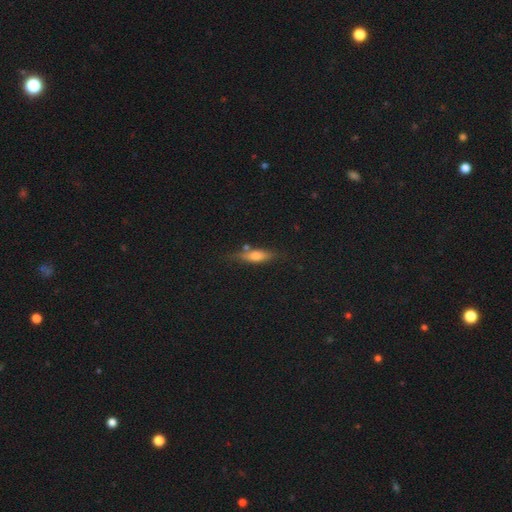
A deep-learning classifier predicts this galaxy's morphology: Smooth or featured?
  - smooth: 52% *
  - featured or disk: 38%
  - star or artifact: 10%
How rounded?
  - cigar-shaped: 65% *
  - in between: 32%
  - round: 3%
Merging?
  - none: 76% *
  - minor disturbance: 15%
  - merger: 5%
  - major disturbance: 4%